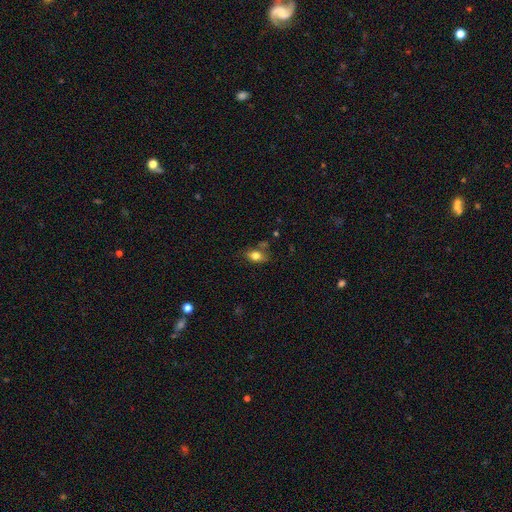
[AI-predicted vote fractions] Smooth or featured? smooth (78%)
How rounded? in between (84%)
Merging? none (65%)